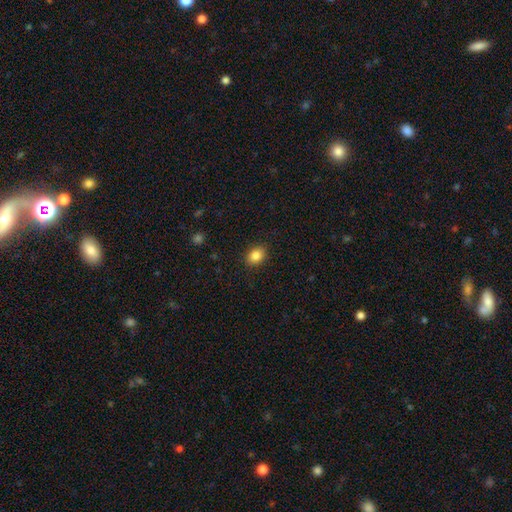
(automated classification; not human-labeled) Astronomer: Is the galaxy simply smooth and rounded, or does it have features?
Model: smooth — 85%.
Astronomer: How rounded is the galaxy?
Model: in between — 54% (runner-up: round, 45%).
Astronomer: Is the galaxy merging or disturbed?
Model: none — 89%.